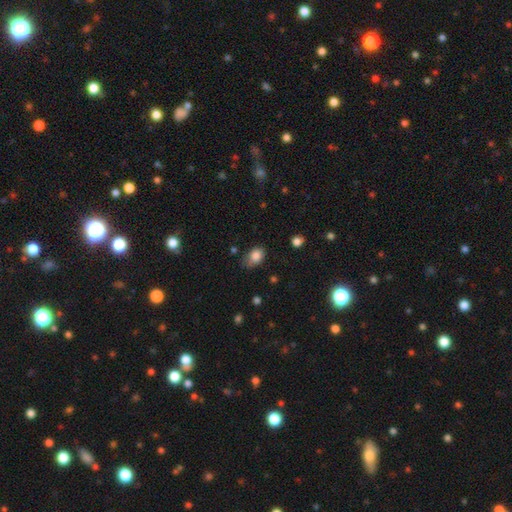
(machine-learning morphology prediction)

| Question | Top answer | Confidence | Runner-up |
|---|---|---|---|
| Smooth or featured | smooth | 83% | star or artifact (9%) |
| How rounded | in between | 77% | round (22%) |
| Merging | none | 52% | minor disturbance (36%) |